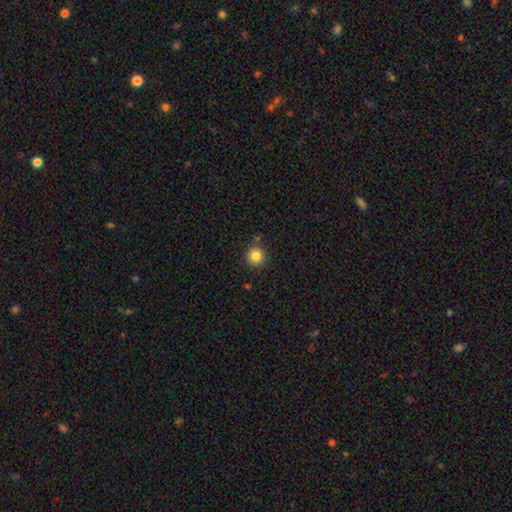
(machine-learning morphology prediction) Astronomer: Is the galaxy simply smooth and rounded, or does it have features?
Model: smooth — 84%.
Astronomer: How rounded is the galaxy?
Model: round — 94%.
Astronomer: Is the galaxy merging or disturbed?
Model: none — 86%.